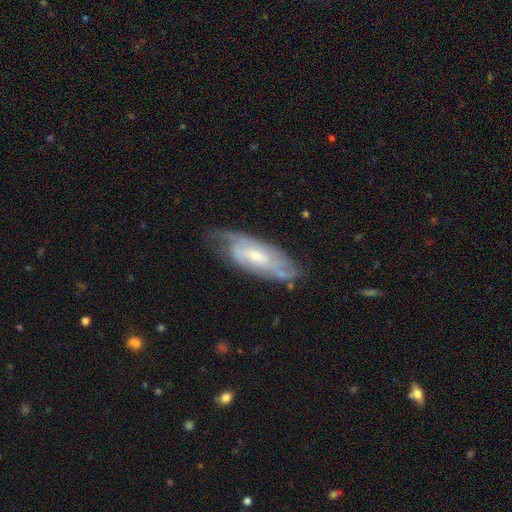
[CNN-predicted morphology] The model was most divided on "bulge size": small: 47%, moderate: 46%, large: 3%, none: 2%, dominant: 1%. Remaining: spiral arms — yes (87%); edge-on disk — no (85%); smooth or featured — featured or disk (73%); merging — none (62%); bar — no (50%); spiral winding — tight (49%); spiral arm count — can't tell (46%).